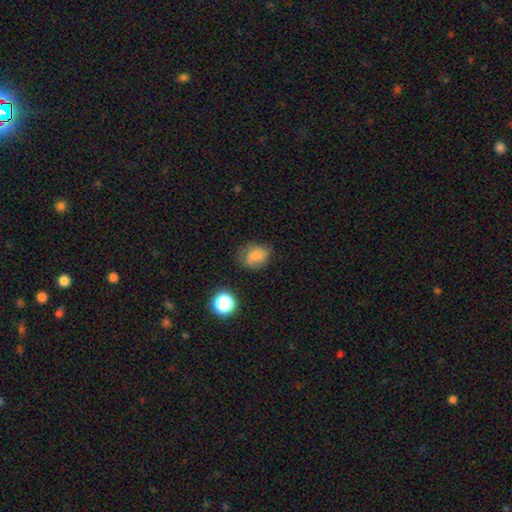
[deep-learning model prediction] The model was most divided on "how rounded": in between: 56%, round: 43%, cigar-shaped: 1%. More confident: smooth or featured — smooth (76%); merging — none (56%).